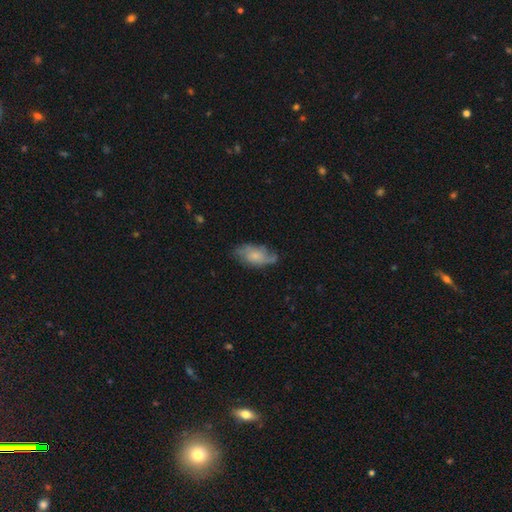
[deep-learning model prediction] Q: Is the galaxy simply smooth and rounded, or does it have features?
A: featured or disk — 48%.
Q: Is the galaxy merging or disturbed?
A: none — 63%.